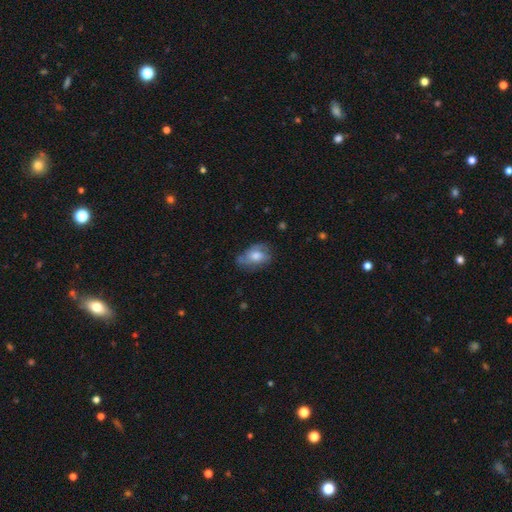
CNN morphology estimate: A featured or disk galaxy (47%). Merging: none (55%).